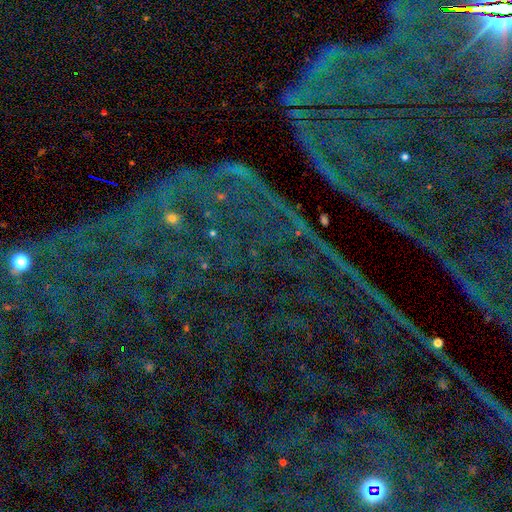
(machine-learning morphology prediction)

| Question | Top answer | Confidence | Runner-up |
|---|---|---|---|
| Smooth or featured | star or artifact | 85% | featured or disk (8%) |